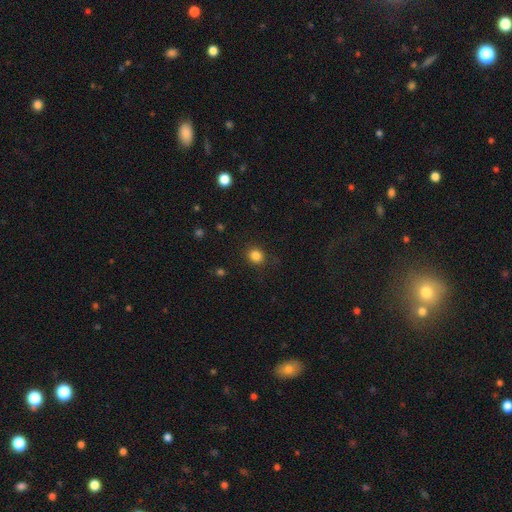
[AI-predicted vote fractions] This is clearly a smooth galaxy (84%). How rounded: likely round (79%). Merging: clearly none (87%).